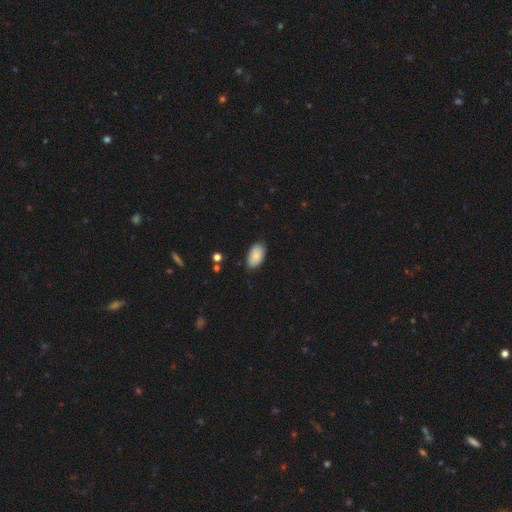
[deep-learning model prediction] A smooth galaxy with no disk features (87%) that is in between round and cigar-shaped (95%).

Vote fractions:
- Smooth or featured? smooth: 87% / star or artifact: 7% / featured or disk: 6%
- How rounded? in between: 95% / round: 3% / cigar-shaped: 2%
- Merging? none: 84% / minor disturbance: 13% / major disturbance: 2% / merger: 1%